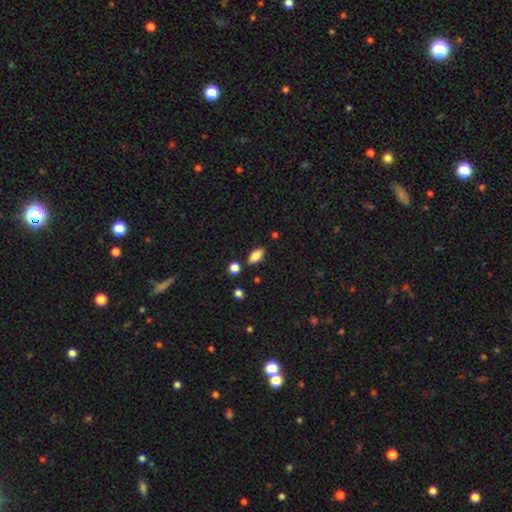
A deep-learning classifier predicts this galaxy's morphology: A smooth galaxy with no disk features (80%) that is in between round and cigar-shaped (89%). Merging: none (83%).